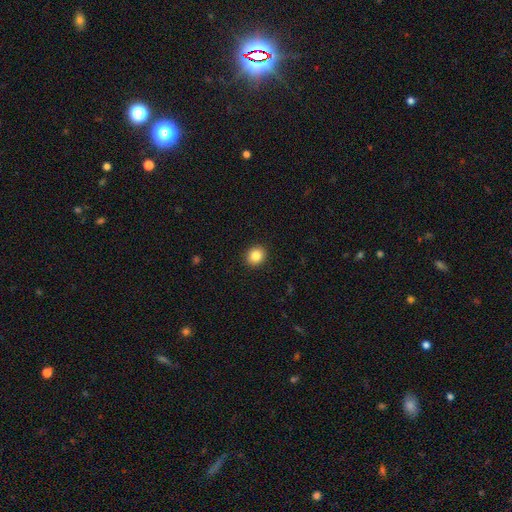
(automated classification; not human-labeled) A smooth galaxy with no disk features (86%) that is round (79%). Merging: none (92%).